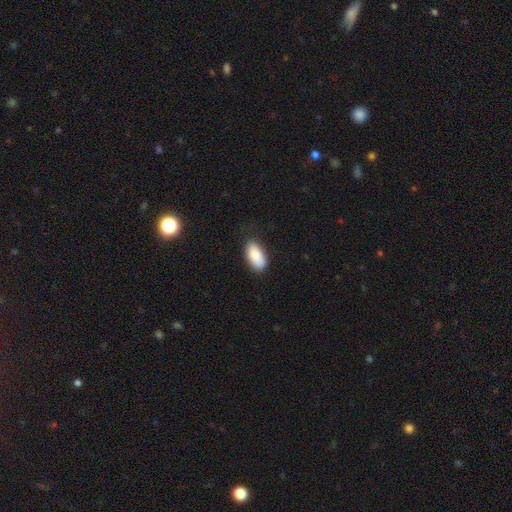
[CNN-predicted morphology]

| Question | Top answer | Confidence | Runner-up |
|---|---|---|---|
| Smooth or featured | smooth | 88% | star or artifact (6%) |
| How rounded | in between | 93% | cigar-shaped (5%) |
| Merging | none | 78% | minor disturbance (17%) |